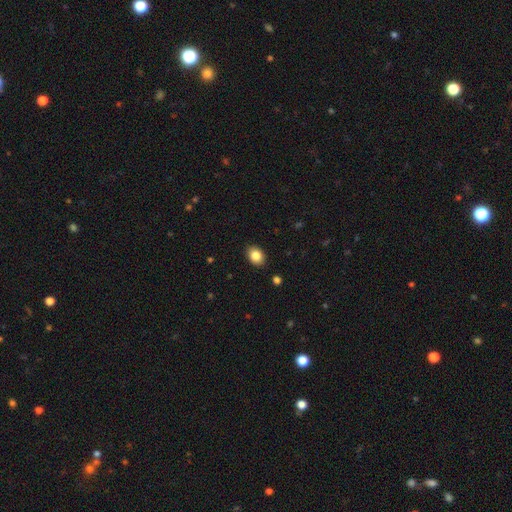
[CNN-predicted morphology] smooth 85%, star or artifact 9%, featured or disk 7%. Down the decision tree: how rounded — in between (70%); merging — none (89%).